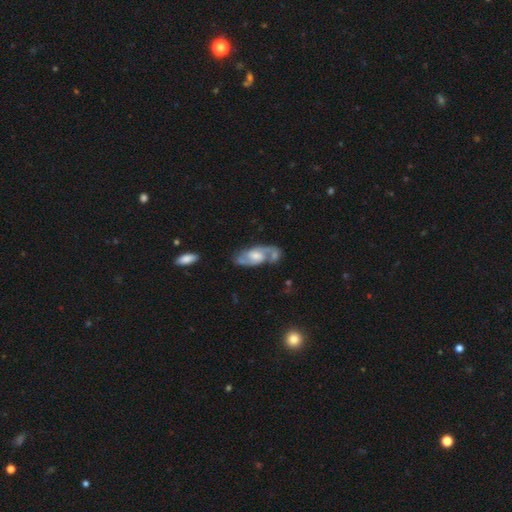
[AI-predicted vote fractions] A featured or disk galaxy (82%) with a weak bar (45%), 2 (87%) medium (54%) spiral arms (95%) and a moderate central bulge (47%).

Vote fractions:
- Smooth or featured? featured or disk: 82% / smooth: 13% / star or artifact: 5%
- Edge-on disk? no: 94% / yes: 6%
- Bar? weak: 45% / no: 42% / strong: 13%
- Spiral arms? yes: 95% / no: 5%
- Spiral winding? medium: 54% / tight: 23% / loose: 23%
- Spiral arm count? 2: 87% / can't tell: 6% / 1: 3% / 3: 2% / 4: 1% / more than 4: 1%
- Bulge size? moderate: 47% / small: 36% / large: 10% / none: 6% / dominant: 1%
- Merging? none: 57% / minor disturbance: 18% / merger: 16% / major disturbance: 9%